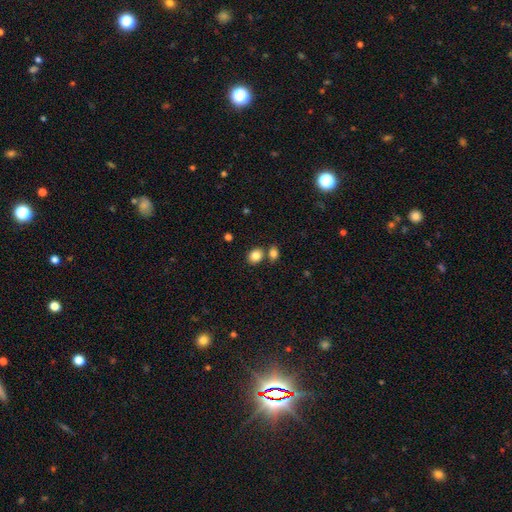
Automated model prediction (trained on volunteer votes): Smooth or featured? Predicted: smooth (p=0.84). How rounded? Predicted: round (p=0.56). Merging? Predicted: none (p=0.66).